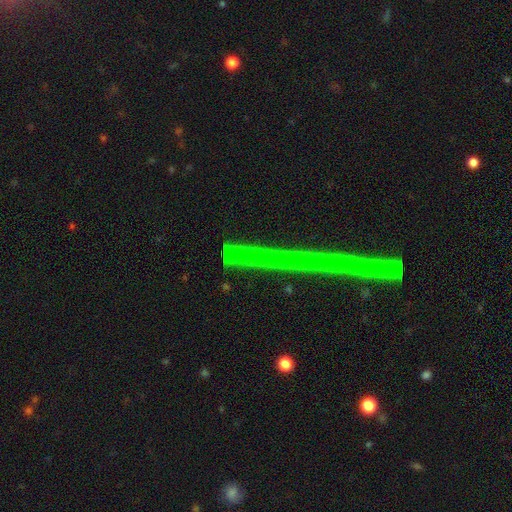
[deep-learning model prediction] Smooth or featured? Predicted: star or artifact (p=0.73).